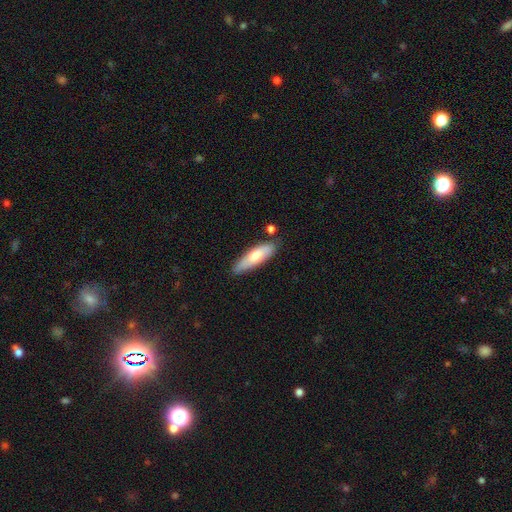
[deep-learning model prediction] Q: Smooth or featured?
A: smooth (64%); runner-up: featured or disk (30%)
Q: How rounded?
A: cigar-shaped (58%); runner-up: in between (40%)
Q: Merging?
A: none (78%); runner-up: minor disturbance (15%)